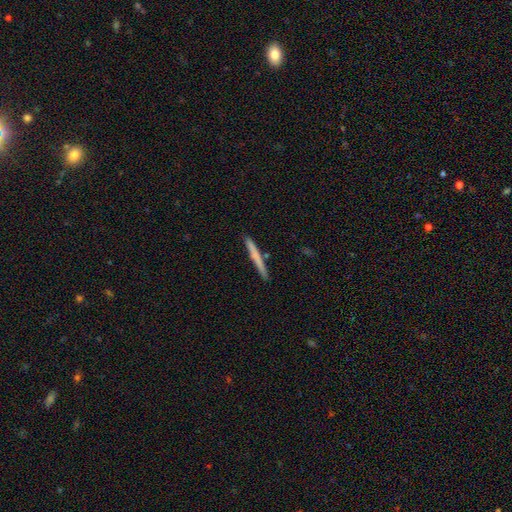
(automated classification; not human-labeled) Smooth or featured? Predicted: smooth (p=0.66). How rounded? Predicted: cigar-shaped (p=0.97). Merging? Predicted: none (p=0.90).